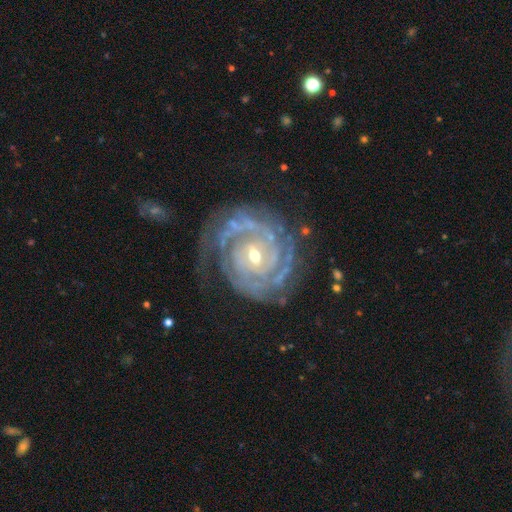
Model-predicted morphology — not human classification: Smooth or featured? Predicted: featured or disk (p=0.91). Edge-on disk? Predicted: no (p=0.97). Bar? Predicted: no (p=0.55). Spiral arms? Predicted: yes (p=0.98). Spiral winding? Predicted: tight (p=0.82). Spiral arm count? Predicted: 2 (p=0.29). Bulge size? Predicted: small (p=0.54). Merging? Predicted: none (p=0.69).